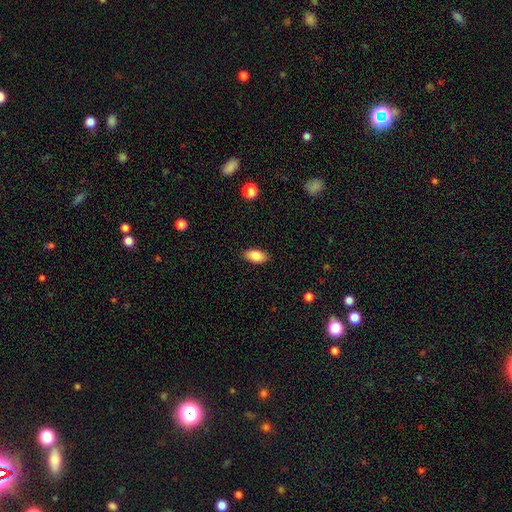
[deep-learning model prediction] This appears to be a smooth galaxy with no disk features (86%) that is in between round and cigar-shaped (91%). Merging: none (87%).